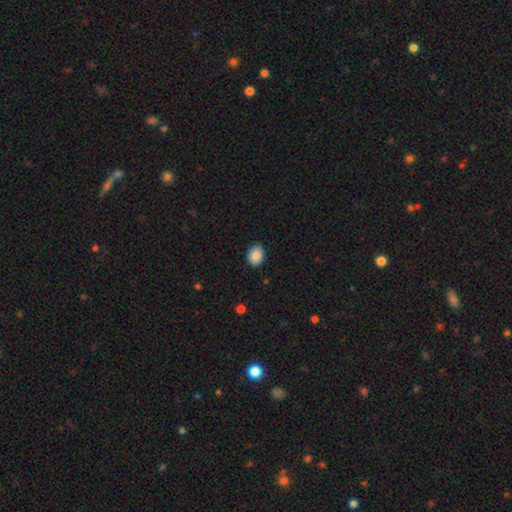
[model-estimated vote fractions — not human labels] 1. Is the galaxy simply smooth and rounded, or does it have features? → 89% smooth, 8% star or artifact, 4% featured or disk.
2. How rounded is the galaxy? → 70% in between, 30% round, 1% cigar-shaped.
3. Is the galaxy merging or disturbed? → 84% none, 13% minor disturbance, 2% major disturbance, 1% merger.